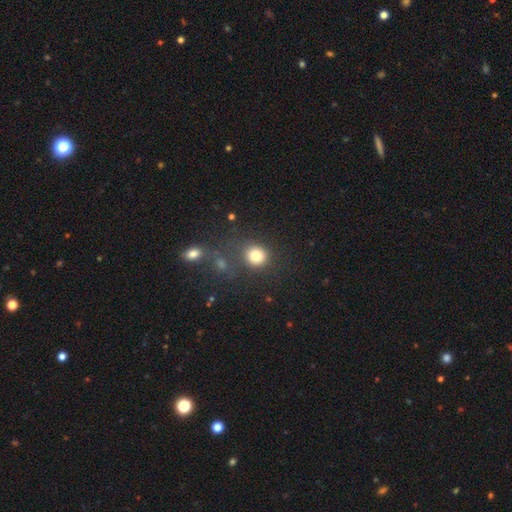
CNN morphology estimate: A smooth galaxy with no disk features (81%) that is round (82%). Merging: none (76%).